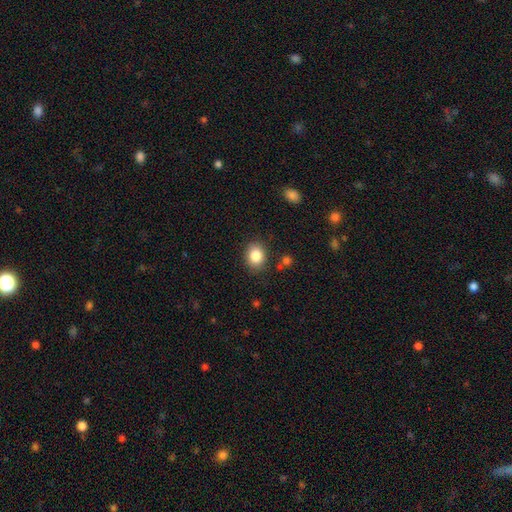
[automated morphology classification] smooth 85%, star or artifact 9%, featured or disk 6%. Down the decision tree: how rounded — in between (50%); merging — none (85%).